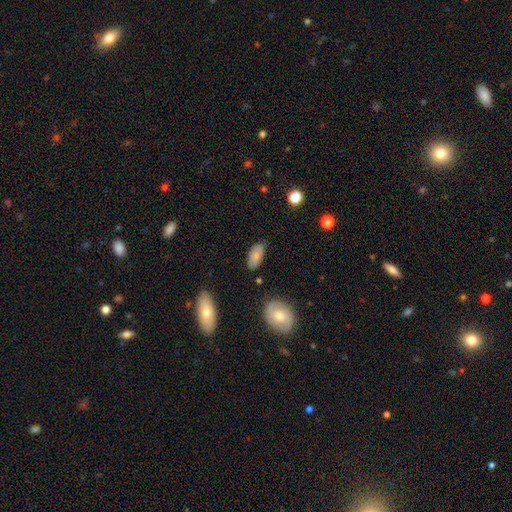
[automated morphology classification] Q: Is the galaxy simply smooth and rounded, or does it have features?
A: smooth — 82%.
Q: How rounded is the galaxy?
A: in between — 91%.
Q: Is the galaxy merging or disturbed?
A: none — 79%.